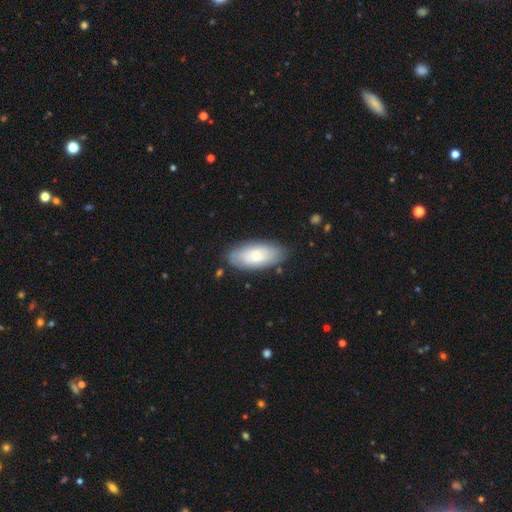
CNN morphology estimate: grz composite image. It shows a smooth galaxy with no disk features (67%) that is in between round and cigar-shaped (90%). Merging: none (79%).